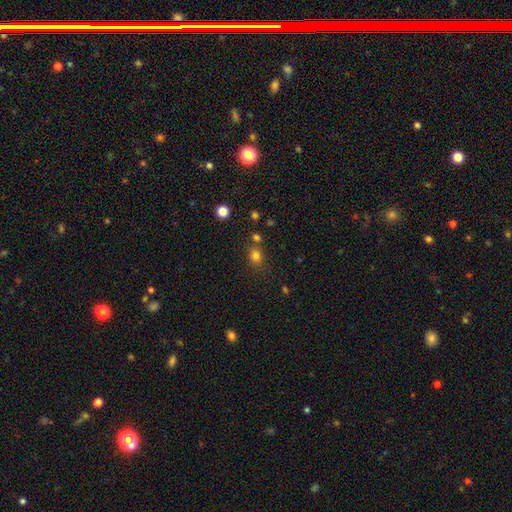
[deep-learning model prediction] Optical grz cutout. It shows a smooth galaxy with no disk features (78%) that is round (69%). Merging: none (70%).